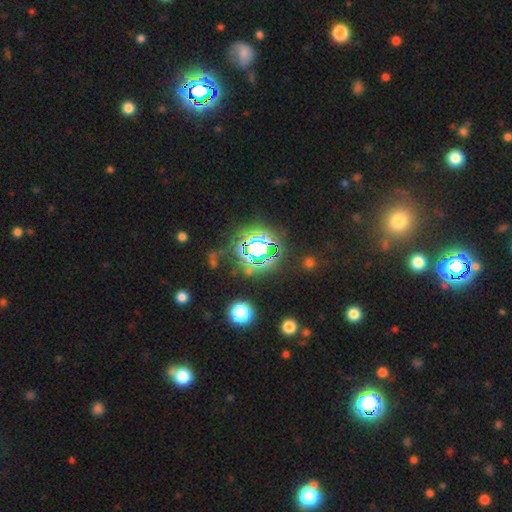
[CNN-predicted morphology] This appears to be a star or artifact, not a galaxy (72%).